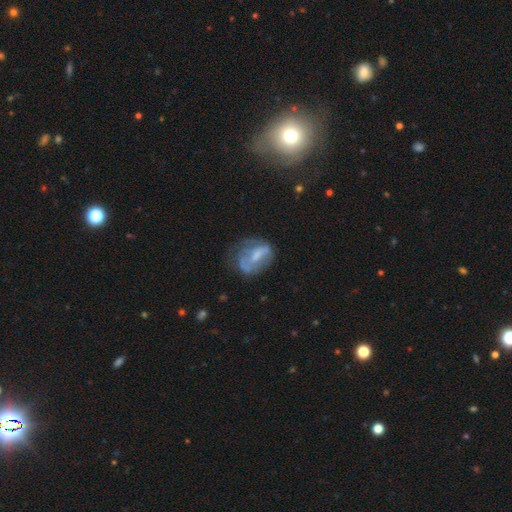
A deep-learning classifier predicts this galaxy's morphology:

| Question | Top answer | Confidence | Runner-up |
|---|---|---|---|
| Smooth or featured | featured or disk | 55% | smooth (35%) |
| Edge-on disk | no | 95% | yes (5%) |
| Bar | no | 40% | weak (39%) |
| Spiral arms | no | 55% | yes (45%) |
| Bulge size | moderate | 34% | small (33%) |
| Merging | none | 44% | minor disturbance (27%) |